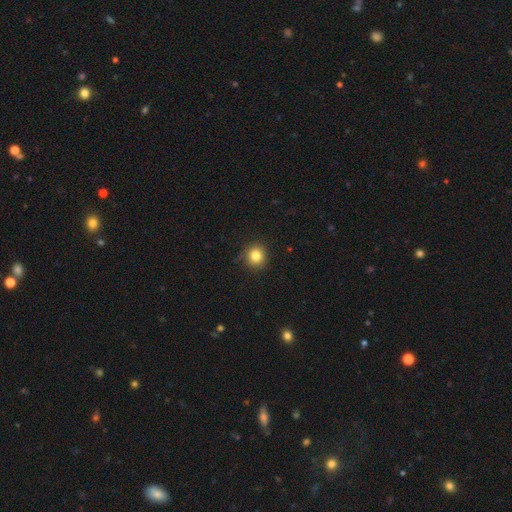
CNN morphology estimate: smooth 83%, star or artifact 11%, featured or disk 5%. Down the decision tree: how rounded — round (92%); merging — none (87%).